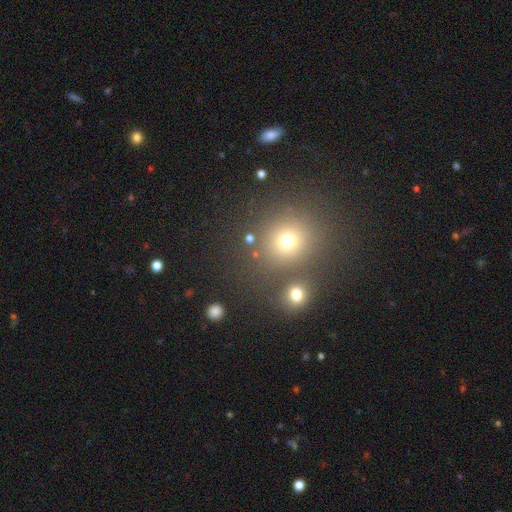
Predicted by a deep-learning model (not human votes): smooth 57%, star or artifact 34%, featured or disk 9%. Down the decision tree: how rounded — round (90%); merging — none (79%).